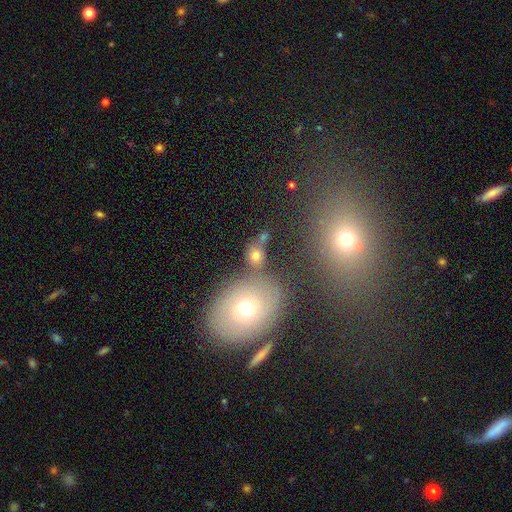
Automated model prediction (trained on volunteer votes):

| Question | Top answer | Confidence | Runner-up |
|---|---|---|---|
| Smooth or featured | smooth | 70% | star or artifact (16%) |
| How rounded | round | 56% | in between (42%) |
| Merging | none | 52% | merger (28%) |